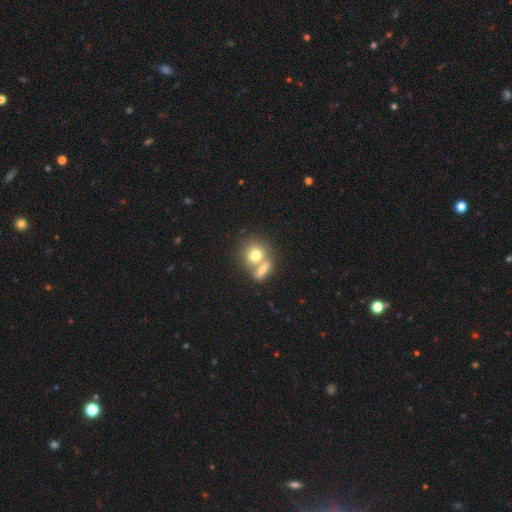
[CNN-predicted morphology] This appears to be a smooth galaxy with no disk features (74%) that is round (75%). Merging: merger (51%).